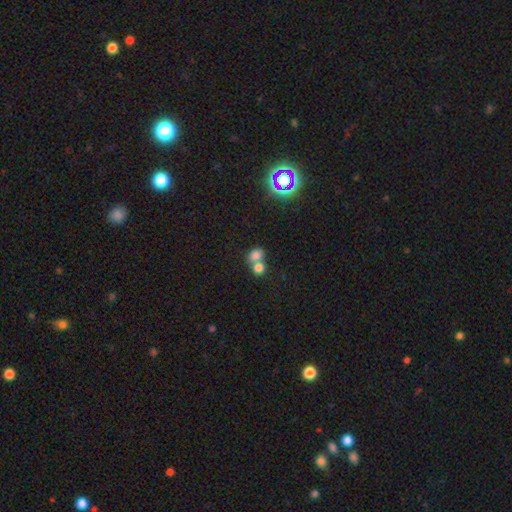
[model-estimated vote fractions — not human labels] Smooth or featured?
  - smooth: 75% *
  - star or artifact: 14%
  - featured or disk: 10%
How rounded?
  - round: 54% *
  - in between: 44%
  - cigar-shaped: 1%
Merging?
  - merger: 60% *
  - none: 30%
  - minor disturbance: 7%
  - major disturbance: 3%